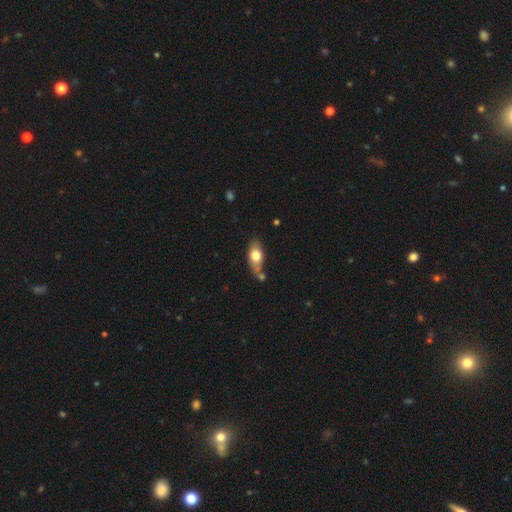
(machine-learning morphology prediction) type=smooth (68%); roundness=in between (84%); merging=none (51%).